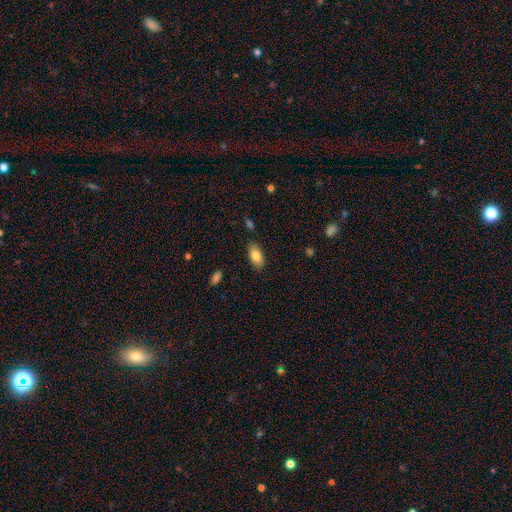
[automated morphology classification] Overall: smooth (84%). How rounded: in between (91%). Merging: none (84%).